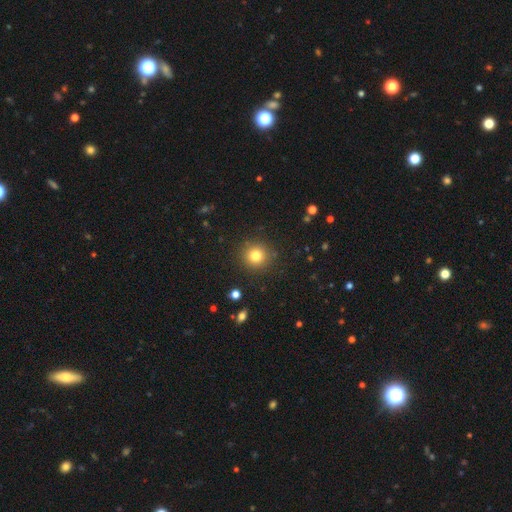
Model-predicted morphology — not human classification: Smooth or featured? Predicted: smooth (p=0.80). How rounded? Predicted: round (p=0.94). Merging? Predicted: none (p=0.90).